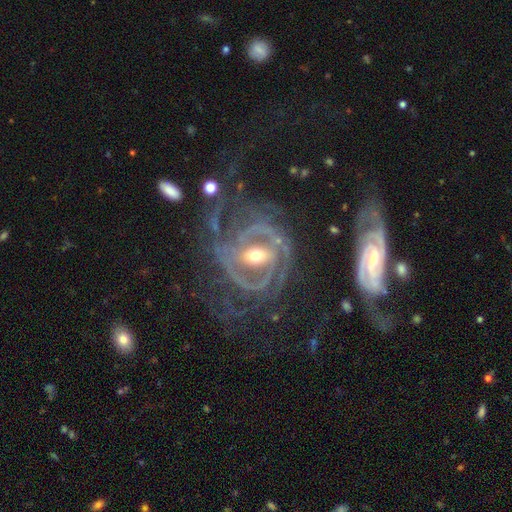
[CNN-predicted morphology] type=featured or disk (90%); edge-on=no (97%); bar=strong (44%); spiral arms=yes (96%); winding=tight (52%); arm count=2 (33%); bulge=moderate (58%); merging=none (59%).